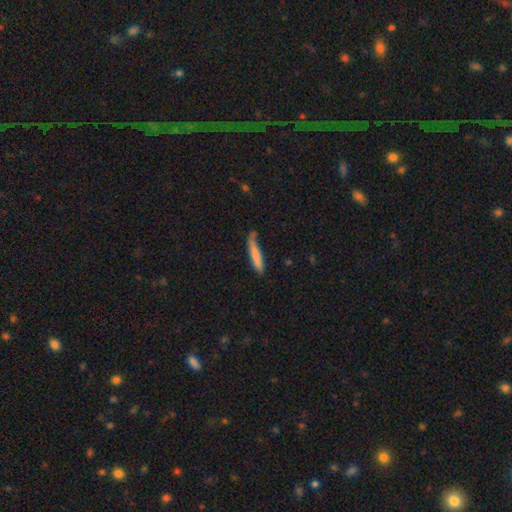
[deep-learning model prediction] smooth 76%, featured or disk 18%, star or artifact 6%. Down the decision tree: how rounded — cigar-shaped (91%); merging — none (62%).